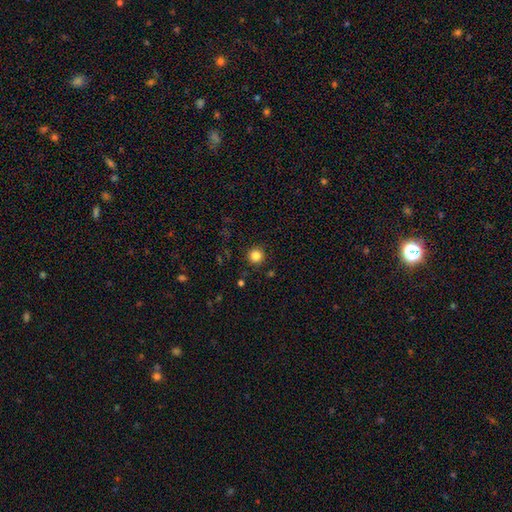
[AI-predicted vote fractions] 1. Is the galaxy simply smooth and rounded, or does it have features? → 83% smooth, 12% star or artifact, 5% featured or disk.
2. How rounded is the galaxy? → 95% round, 4% in between, 1% cigar-shaped.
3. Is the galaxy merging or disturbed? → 91% none, 6% minor disturbance, 2% major disturbance, 1% merger.